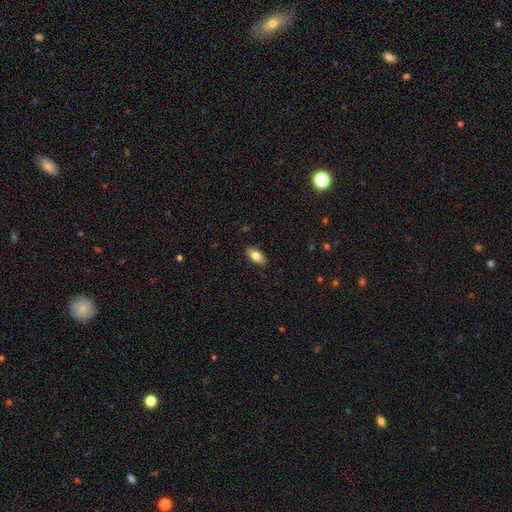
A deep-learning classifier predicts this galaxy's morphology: A smooth galaxy with no disk features (78%) that is in between round and cigar-shaped (88%).

Vote fractions:
- Smooth or featured? smooth: 78% / featured or disk: 15% / star or artifact: 7%
- How rounded? in between: 88% / cigar-shaped: 9% / round: 3%
- Merging? none: 87% / minor disturbance: 10% / major disturbance: 2% / merger: 1%